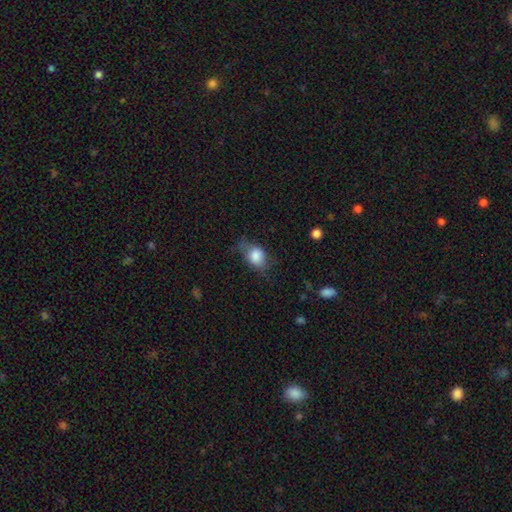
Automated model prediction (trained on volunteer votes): A smooth galaxy with no disk features (80%) that is in between round and cigar-shaped (68%).

Vote fractions:
- Smooth or featured? smooth: 80% / featured or disk: 12% / star or artifact: 8%
- How rounded? in between: 68% / round: 31% / cigar-shaped: 2%
- Merging? none: 49% / minor disturbance: 32% / major disturbance: 17% / merger: 2%